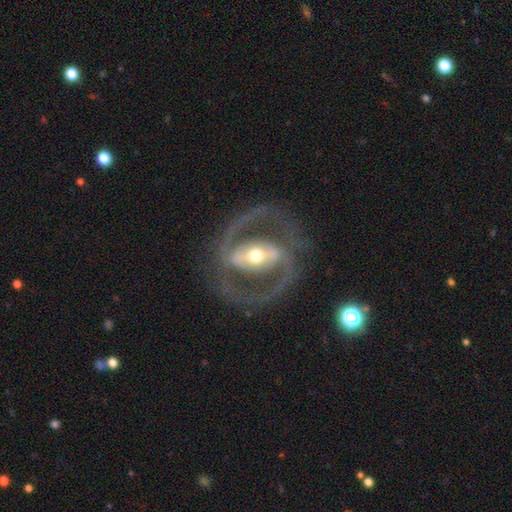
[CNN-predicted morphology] Smooth or featured? Predicted: featured or disk (p=0.89). Edge-on disk? Predicted: no (p=0.96). Bar? Predicted: strong (p=0.60). Spiral arms? Predicted: yes (p=0.89). Spiral winding? Predicted: medium (p=0.58). Spiral arm count? Predicted: 2 (p=0.92). Bulge size? Predicted: moderate (p=0.67). Merging? Predicted: none (p=0.78).